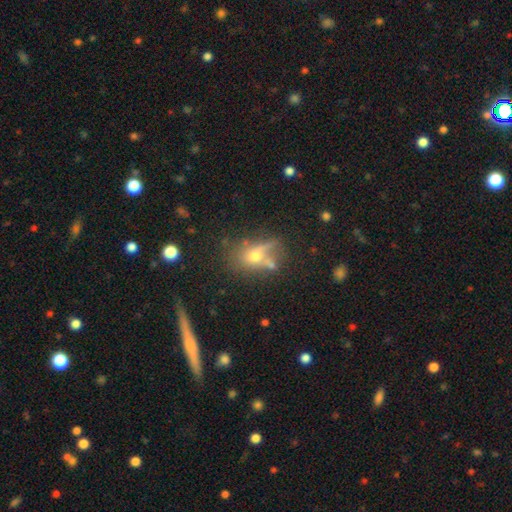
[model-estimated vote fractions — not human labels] Smooth or featured?
  - smooth: 54% *
  - featured or disk: 28%
  - star or artifact: 18%
How rounded?
  - in between: 56% *
  - round: 37%
  - cigar-shaped: 7%
Merging?
  - none: 46% *
  - merger: 19%
  - minor disturbance: 18%
  - major disturbance: 17%